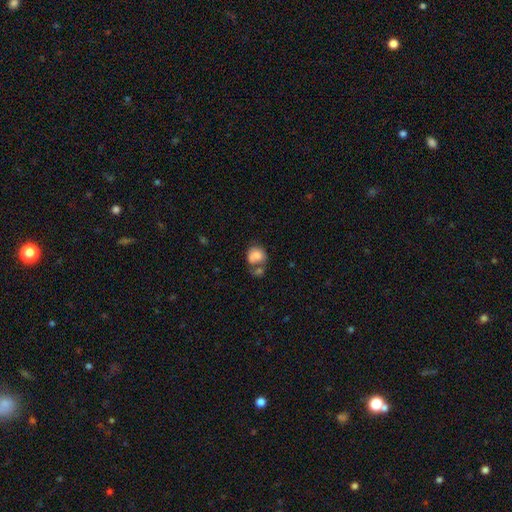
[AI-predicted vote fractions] smooth-or-featured: smooth: 78% | featured or disk: 14% | star or artifact: 8%
  how-rounded: round: 67% | in between: 32% | cigar-shaped: 1%
  merging: merger: 42% | none: 31% | minor disturbance: 17% | major disturbance: 11%